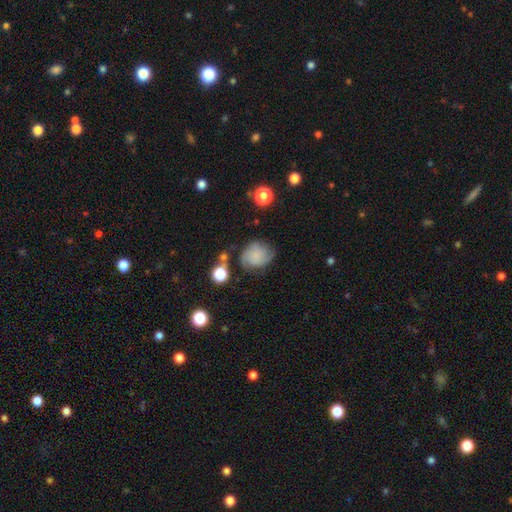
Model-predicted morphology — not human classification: Smooth or featured? Predicted: featured or disk (p=0.51). Edge-on disk? Predicted: no (p=0.98). Bar? Predicted: no (p=0.78). Spiral arms? Predicted: yes (p=0.89). Bulge size? Predicted: none (p=0.47). Merging? Predicted: none (p=0.57).